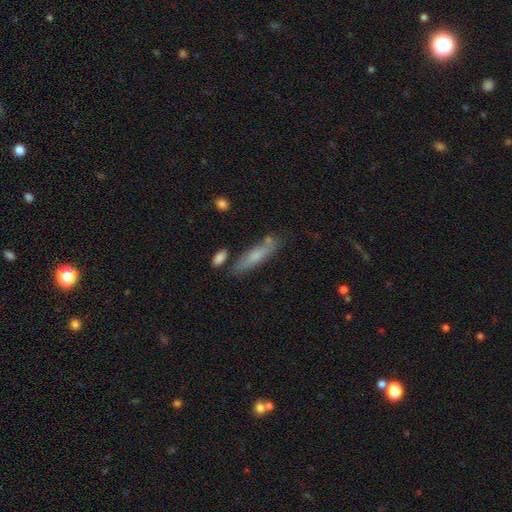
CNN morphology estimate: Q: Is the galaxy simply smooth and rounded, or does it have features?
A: smooth — 65%.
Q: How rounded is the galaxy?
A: cigar-shaped — 77%.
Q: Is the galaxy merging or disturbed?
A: none — 72%.